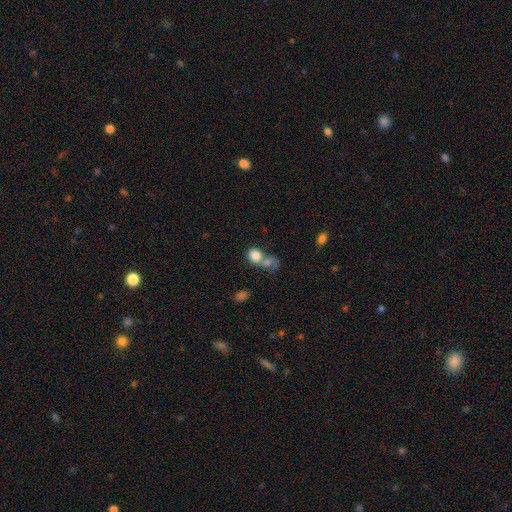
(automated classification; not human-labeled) Morphology: type=smooth (81%); roundness=round (61%); merging=merger (53%).